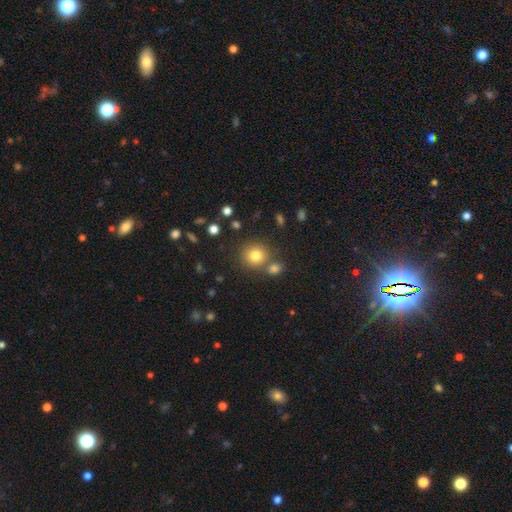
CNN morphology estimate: A smooth galaxy with no disk features (79%) that is round (87%).

Vote fractions:
- Smooth or featured? smooth: 79% / star or artifact: 12% / featured or disk: 9%
- How rounded? round: 87% / in between: 12% / cigar-shaped: 1%
- Merging? none: 70% / merger: 19% / minor disturbance: 8% / major disturbance: 3%